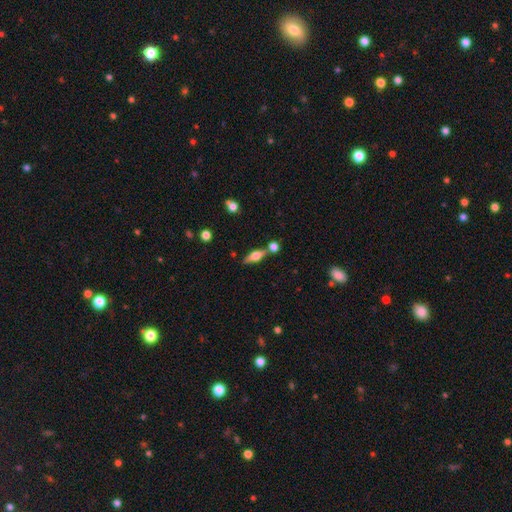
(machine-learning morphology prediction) The model was most divided on "smooth or featured": smooth: 47%, featured or disk: 45%, star or artifact: 8%. More confident: merging — none (68%).